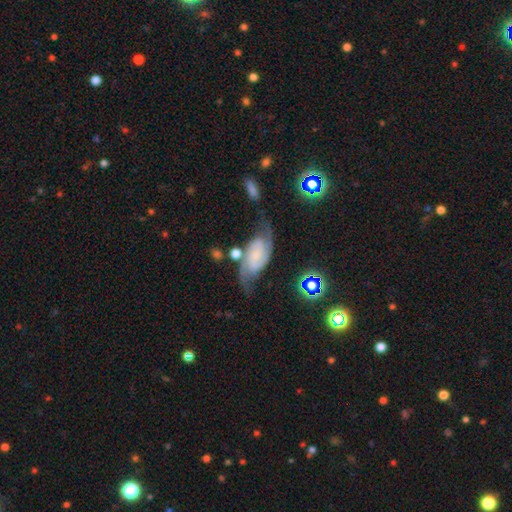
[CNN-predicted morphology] This appears to be a featured or disk galaxy (81%) with no bar (51%), 2 (90%) medium (51%) spiral arms (97%) and no central bulge (38%). Merging: none (62%).